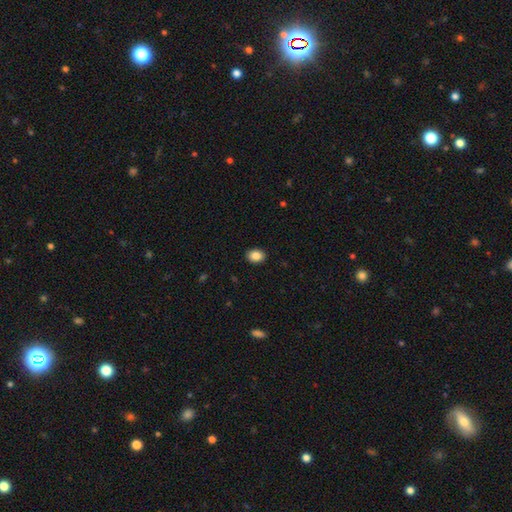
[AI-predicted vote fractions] A smooth galaxy with no disk features (86%) that is in between round and cigar-shaped (64%).

Vote fractions:
- Smooth or featured? smooth: 86% / star or artifact: 9% / featured or disk: 5%
- How rounded? in between: 64% / round: 36% / cigar-shaped: 1%
- Merging? none: 91% / minor disturbance: 7% / major disturbance: 2% / merger: 1%